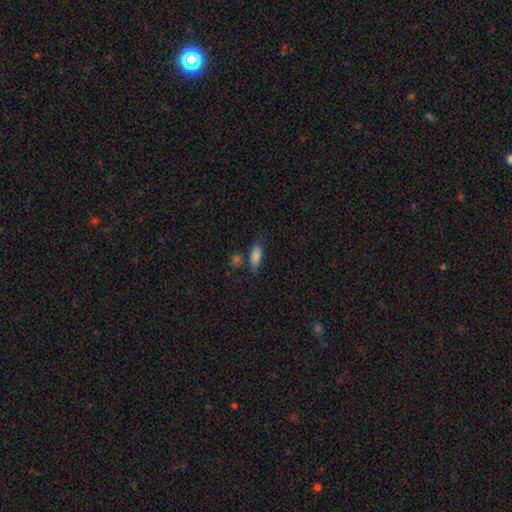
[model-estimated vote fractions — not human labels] Overall: smooth (82%). How rounded: in between (77%). Merging: none (60%; minor disturbance 22%).